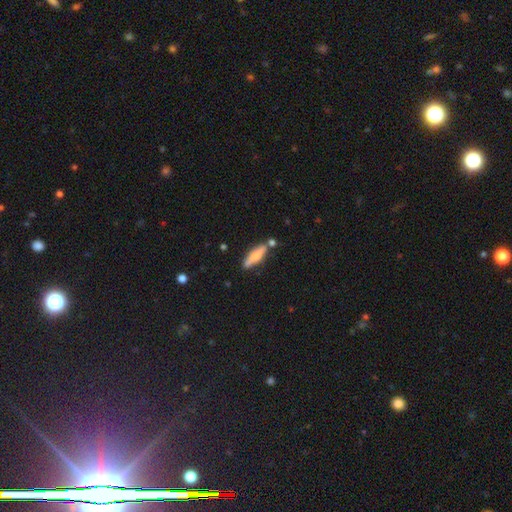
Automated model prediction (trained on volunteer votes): This is likely a smooth galaxy (66%). How rounded: likely cigar-shaped (69%). Merging: likely none (70%).